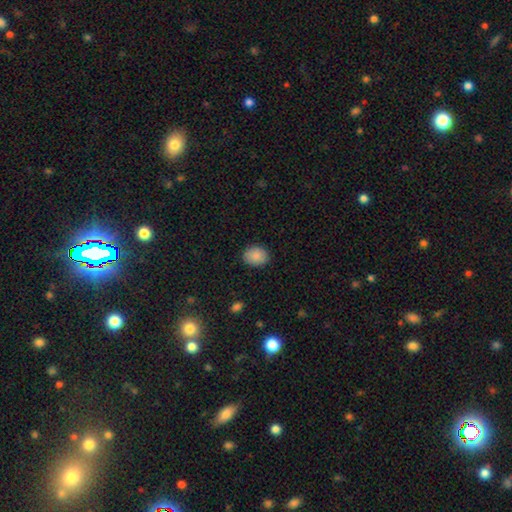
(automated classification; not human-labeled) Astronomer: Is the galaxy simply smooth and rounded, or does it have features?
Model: smooth — 88%.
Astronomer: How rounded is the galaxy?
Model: round — 52% (runner-up: in between, 47%).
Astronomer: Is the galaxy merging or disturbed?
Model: none — 87%.